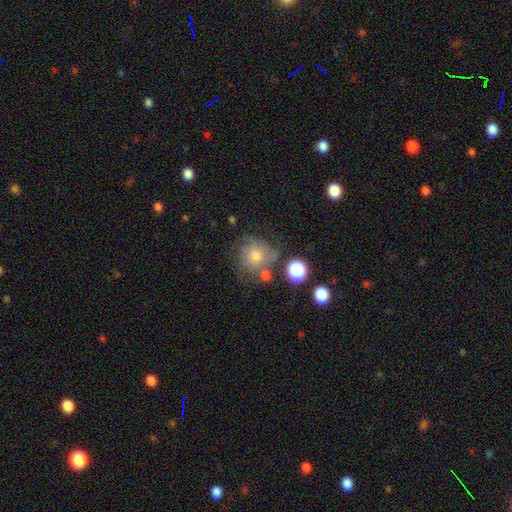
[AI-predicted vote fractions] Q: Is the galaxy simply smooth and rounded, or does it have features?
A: smooth — 51%.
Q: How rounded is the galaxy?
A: round — 88%.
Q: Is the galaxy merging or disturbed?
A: none — 60%.